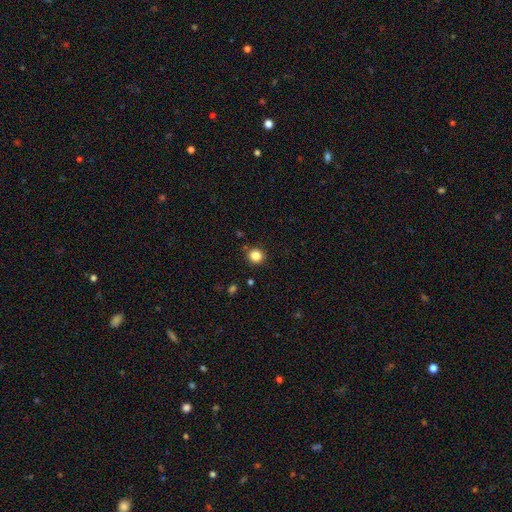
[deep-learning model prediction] smooth-or-featured: smooth: 84% | star or artifact: 12% | featured or disk: 4%
  how-rounded: round: 92% | in between: 7% | cigar-shaped: 1%
  merging: none: 89% | minor disturbance: 7% | merger: 3% | major disturbance: 2%